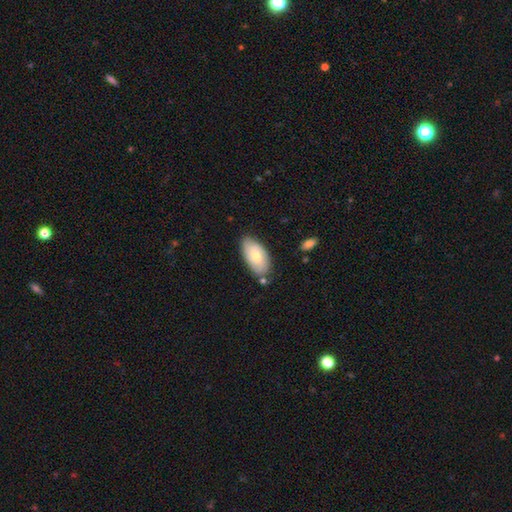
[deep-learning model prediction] Smooth or featured? Predicted: smooth (p=0.66). How rounded? Predicted: in between (p=0.94). Merging? Predicted: none (p=0.72).